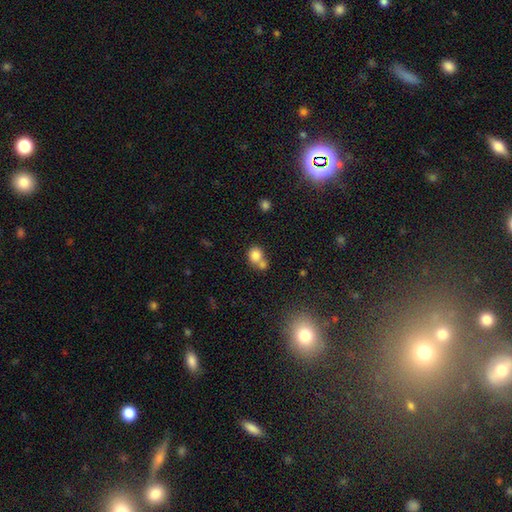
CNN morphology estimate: smooth 80%, star or artifact 11%, featured or disk 9%. Down the decision tree: how rounded — round (76%); merging — merger (49%).